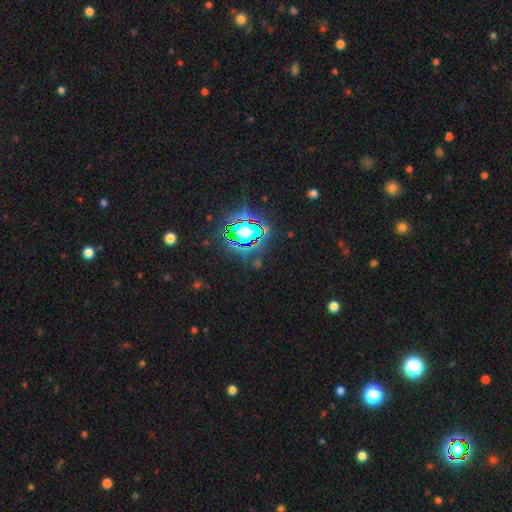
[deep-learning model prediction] A star or artifact, not a galaxy (84%).

Vote fractions:
- Smooth or featured? star or artifact: 84% / smooth: 9% / featured or disk: 7%